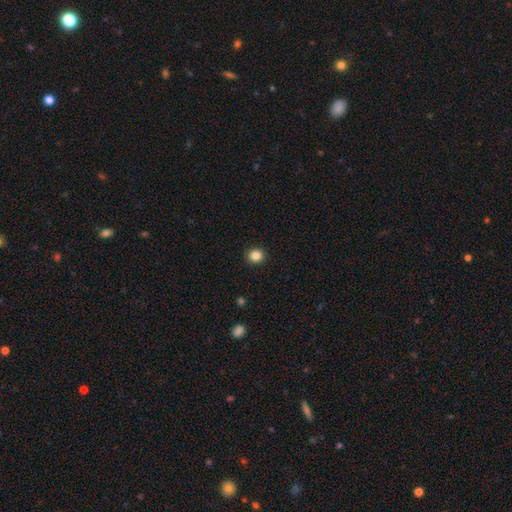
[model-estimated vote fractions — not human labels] Overall: smooth (85%). How rounded: round (84%). Merging: none (92%).